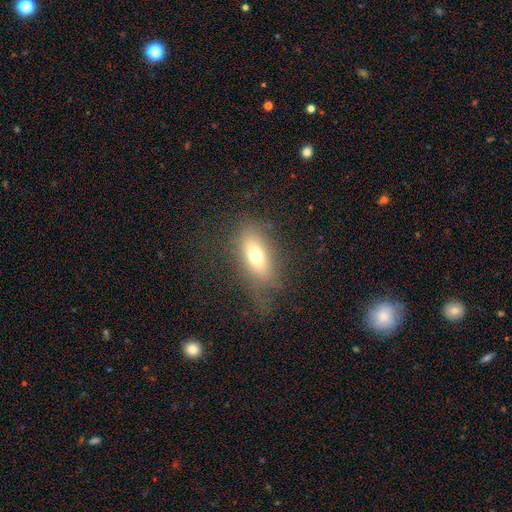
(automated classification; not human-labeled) The model was most divided on "merging": none: 66%, minor disturbance: 19%, major disturbance: 13%, merger: 2%. More confident: how rounded — in between (79%); smooth or featured — smooth (68%).